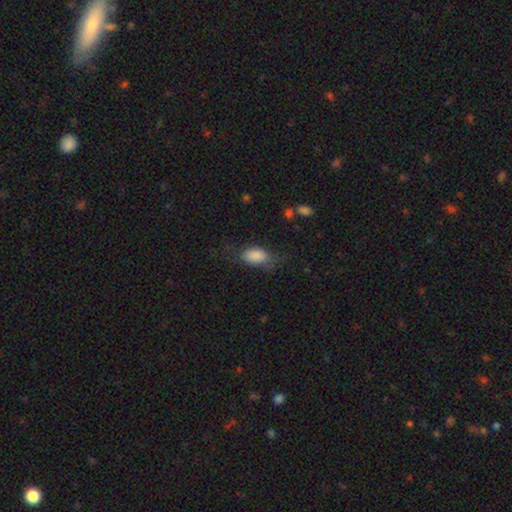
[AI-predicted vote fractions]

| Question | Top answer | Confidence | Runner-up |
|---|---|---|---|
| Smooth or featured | smooth | 84% | featured or disk (9%) |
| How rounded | in between | 91% | round (6%) |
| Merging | none | 49% | minor disturbance (28%) |